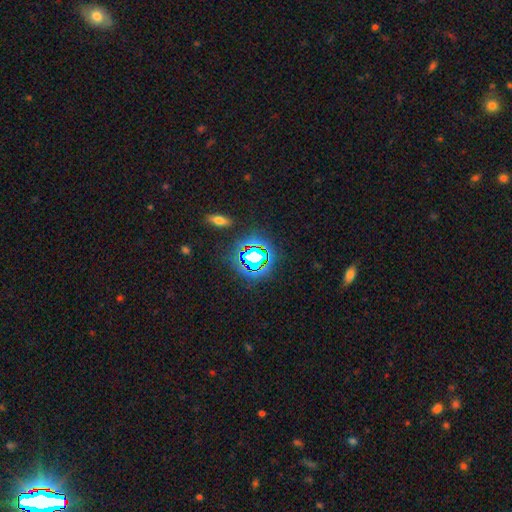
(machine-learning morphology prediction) smooth_or_featured: star or artifact (p=0.78) [alt: smooth p=0.14]